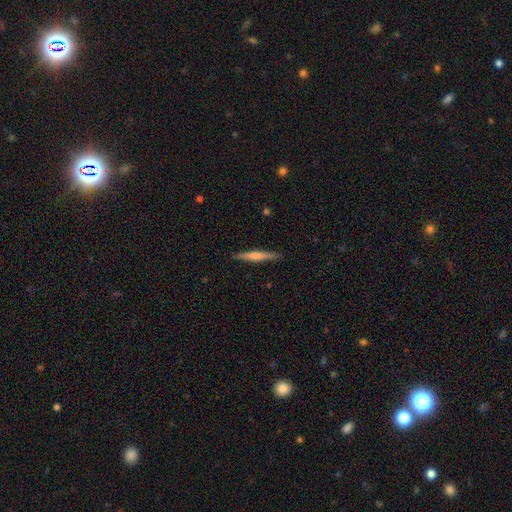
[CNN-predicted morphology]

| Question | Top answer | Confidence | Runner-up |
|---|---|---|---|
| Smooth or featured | smooth | 55% | featured or disk (39%) |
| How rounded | cigar-shaped | 94% | in between (4%) |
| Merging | none | 90% | minor disturbance (7%) |